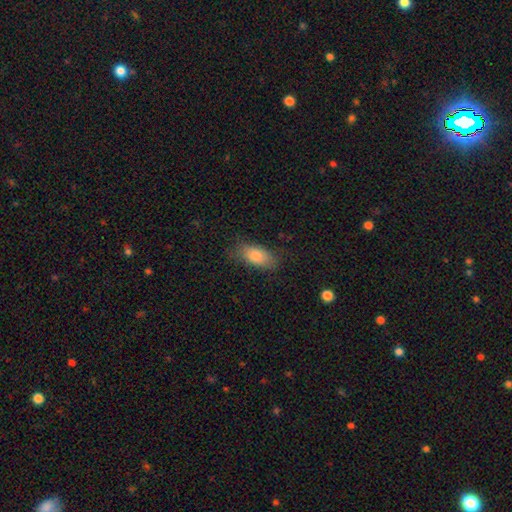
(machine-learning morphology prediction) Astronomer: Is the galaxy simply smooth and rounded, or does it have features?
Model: smooth — 83%.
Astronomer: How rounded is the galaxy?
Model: in between — 86%.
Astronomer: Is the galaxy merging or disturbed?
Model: none — 76%.